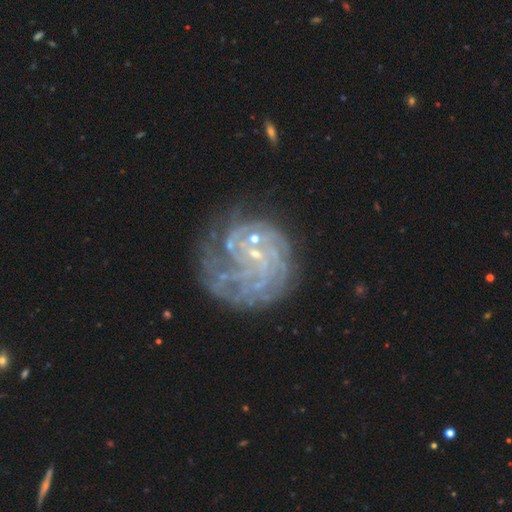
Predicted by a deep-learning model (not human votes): Smooth or featured? featured or disk (80%)
Edge-on disk? no (98%)
Bar? no (62%)
Spiral arms? yes (89%)
Spiral winding? tight (66%)
Spiral arm count? can't tell (37%)
Bulge size? small (70%)
Merging? none (54%)